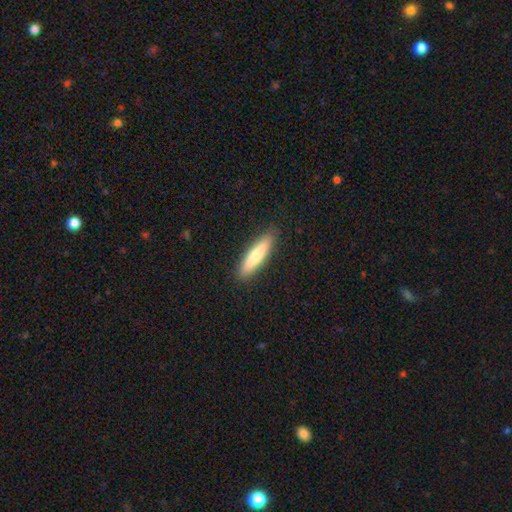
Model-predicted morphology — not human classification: smooth-or-featured: smooth: 70% | featured or disk: 24% | star or artifact: 6%
  how-rounded: cigar-shaped: 79% | in between: 19% | round: 1%
  merging: none: 89% | minor disturbance: 9% | major disturbance: 2% | merger: 1%